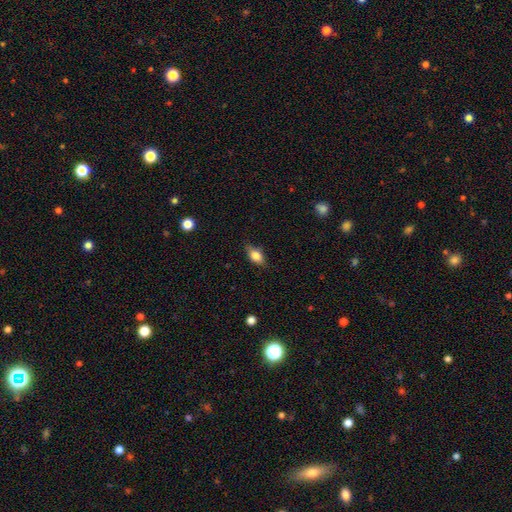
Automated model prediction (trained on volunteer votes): This appears to be a smooth galaxy with no disk features (81%) that is in between round and cigar-shaped (83%). Merging: none (77%).